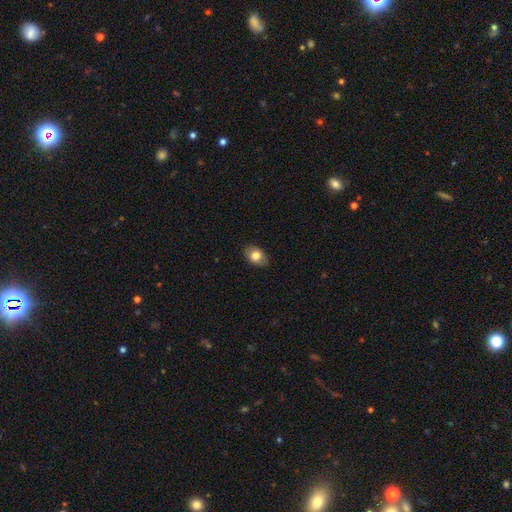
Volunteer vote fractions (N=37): smooth-or-featured: smooth: 84% | featured or disk: 11% | star or artifact: 5%
  how-rounded: in between: 90% | round: 10% | cigar-shaped: 0%
  merging: none: 91% | minor disturbance: 9% | major disturbance: 0% | merger: 0%